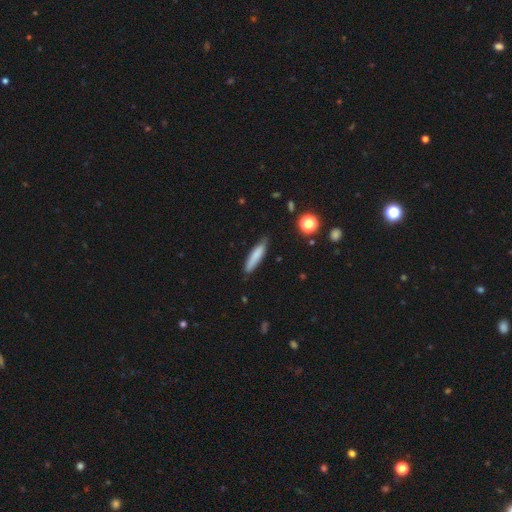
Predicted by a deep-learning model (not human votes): smooth_or_featured: smooth (p=0.81) [alt: featured or disk p=0.12]
how_rounded: cigar-shaped (p=0.80) [alt: in between p=0.18]
merging: none (p=0.79) [alt: minor disturbance p=0.17]